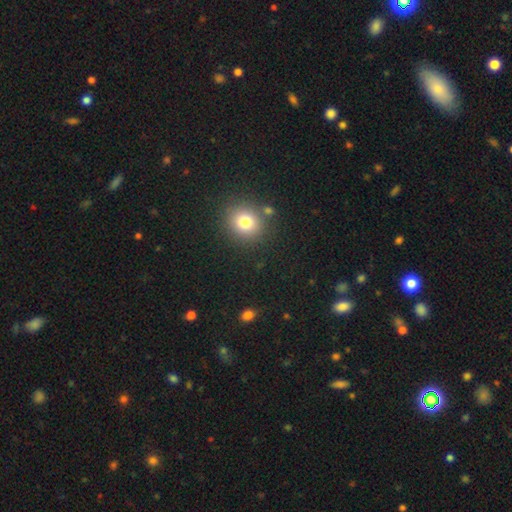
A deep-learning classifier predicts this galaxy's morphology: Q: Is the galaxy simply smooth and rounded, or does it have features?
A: smooth — 66%.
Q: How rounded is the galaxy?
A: round — 89%.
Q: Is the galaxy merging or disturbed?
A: none — 90%.